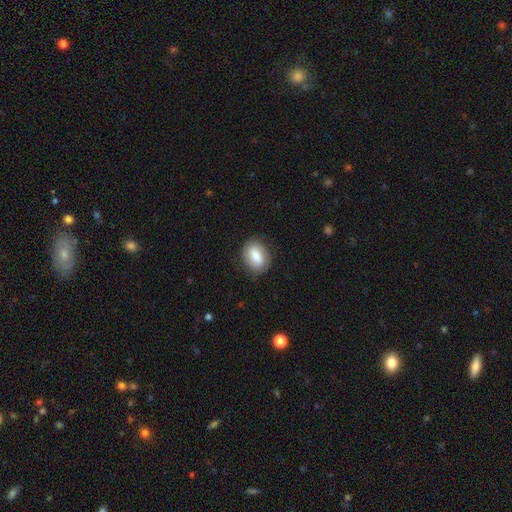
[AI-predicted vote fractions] A smooth galaxy with no disk features (77%) that is in between round and cigar-shaped (68%). Merging: none (82%).